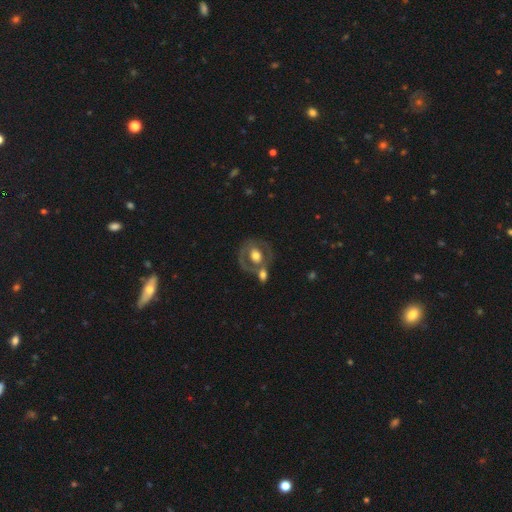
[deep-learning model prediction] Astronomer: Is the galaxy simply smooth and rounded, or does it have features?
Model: featured or disk — 57% (runner-up: smooth, 36%).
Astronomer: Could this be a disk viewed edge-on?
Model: no — 95%.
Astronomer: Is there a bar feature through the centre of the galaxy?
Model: no — 72%.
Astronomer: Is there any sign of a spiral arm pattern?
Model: no — 69%.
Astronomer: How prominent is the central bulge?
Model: moderate — 61%.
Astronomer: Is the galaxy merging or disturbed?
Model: none — 48% (runner-up: merger, 29%).